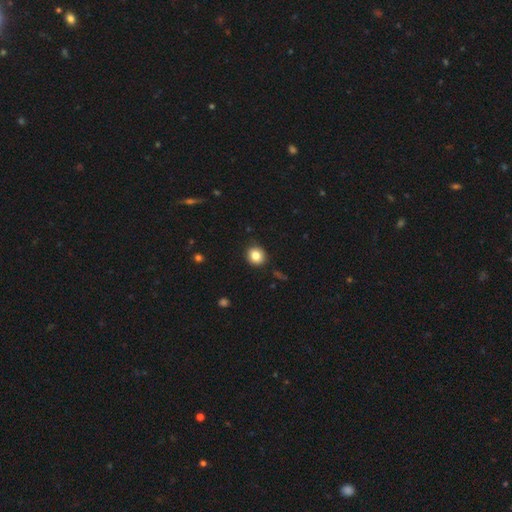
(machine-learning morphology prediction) This is clearly a smooth galaxy (83%). How rounded: clearly round (86%). Merging: clearly none (89%).